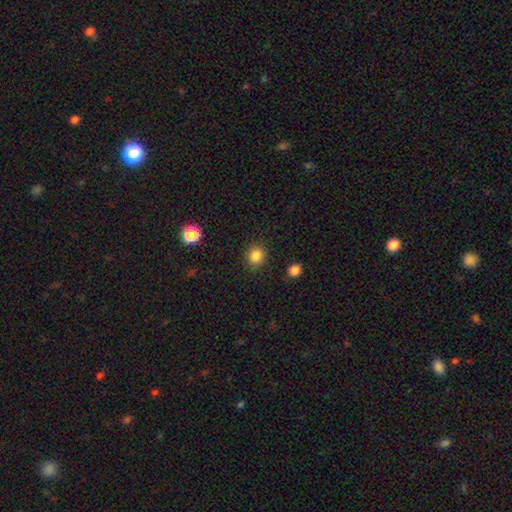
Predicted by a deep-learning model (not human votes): Smooth or featured?
  - smooth: 85% *
  - star or artifact: 11%
  - featured or disk: 4%
How rounded?
  - round: 86% *
  - in between: 13%
  - cigar-shaped: 1%
Merging?
  - none: 90% *
  - minor disturbance: 6%
  - major disturbance: 2%
  - merger: 2%